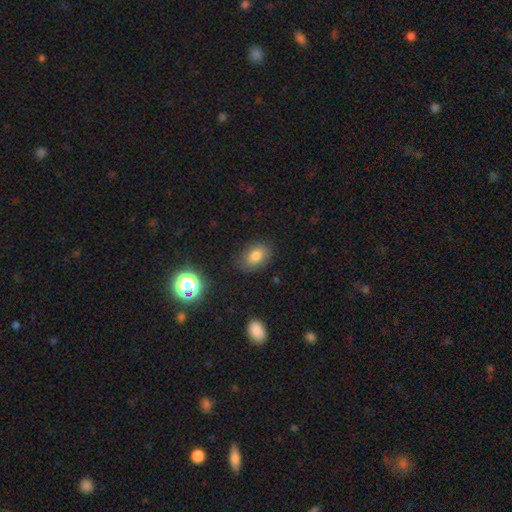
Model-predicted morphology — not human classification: type=smooth (77%); roundness=in between (77%); merging=none (82%).